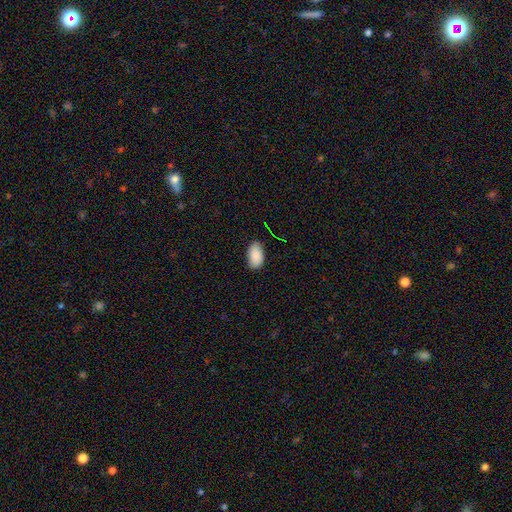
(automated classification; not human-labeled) Overall: smooth (88%). How rounded: in between (94%). Merging: none (79%).